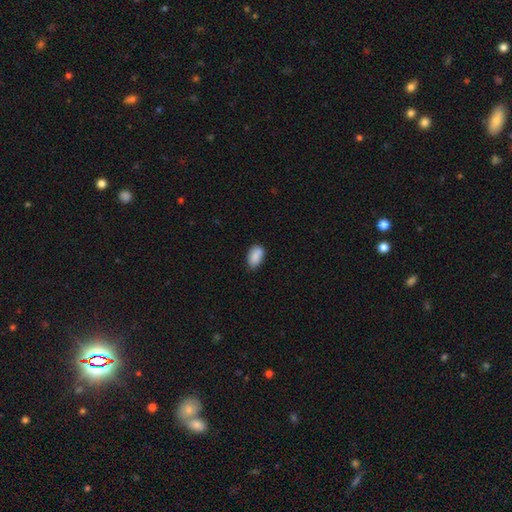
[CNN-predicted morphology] Overall: smooth (86%). How rounded: in between (91%). Merging: none (72%).